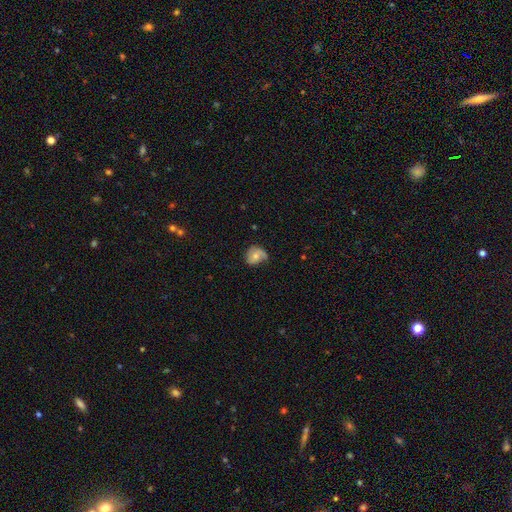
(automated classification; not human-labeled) Smooth or featured? Predicted: featured or disk (p=0.48). Merging? Predicted: none (p=0.47).